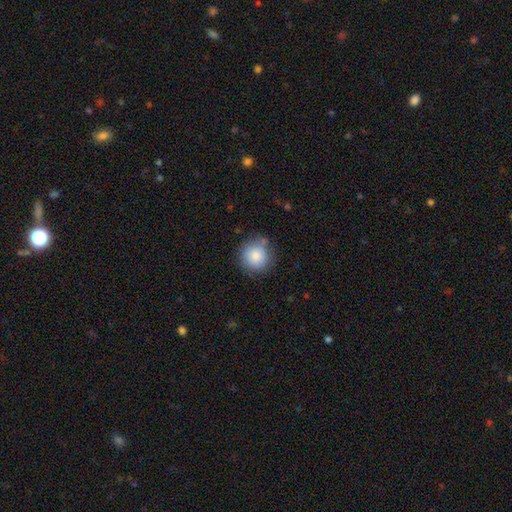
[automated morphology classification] smooth-or-featured: smooth: 85% | star or artifact: 8% | featured or disk: 7%
  how-rounded: round: 92% | in between: 7% | cigar-shaped: 1%
  merging: none: 76% | minor disturbance: 16% | major disturbance: 4% | merger: 4%